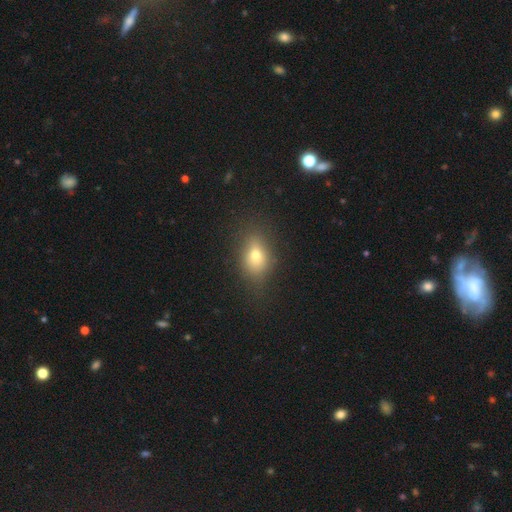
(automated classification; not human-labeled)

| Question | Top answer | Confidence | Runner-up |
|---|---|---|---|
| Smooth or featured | smooth | 72% | featured or disk (15%) |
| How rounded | in between | 71% | round (26%) |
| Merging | none | 74% | minor disturbance (18%) |